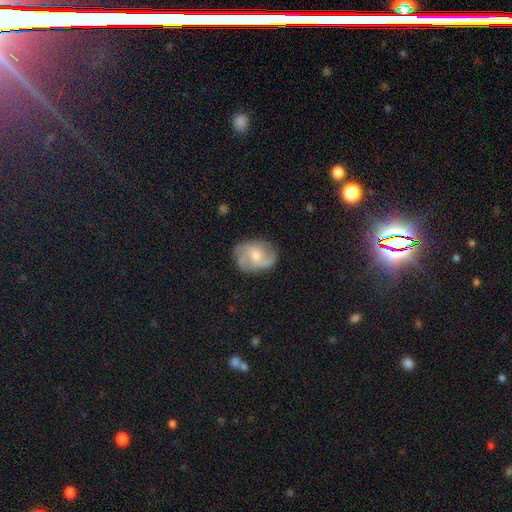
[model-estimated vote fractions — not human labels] Smooth or featured: featured or disk — 69% (smooth — 25%)
Edge-on disk: no — 97% (yes — 3%)
Bar: no — 51% (weak — 41%)
Spiral arms: yes — 90% (no — 10%)
Spiral winding: medium — 45% (loose — 36%)
Spiral arm count: 2 — 45% (3 — 26%)
Bulge size: moderate — 53% (small — 41%)
Merging: none — 71% (minor disturbance — 20%)